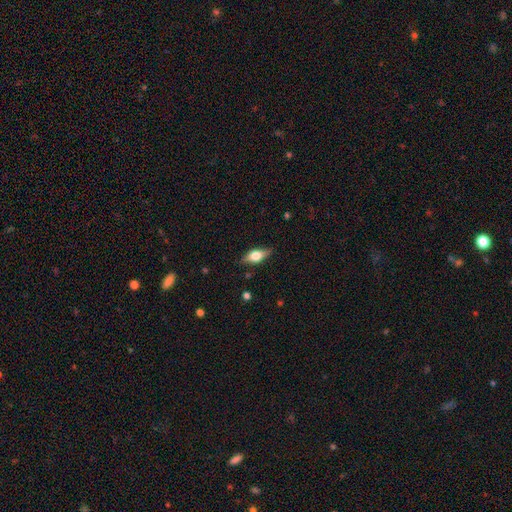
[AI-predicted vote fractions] A smooth galaxy with no disk features (48%). Merging: none (83%).